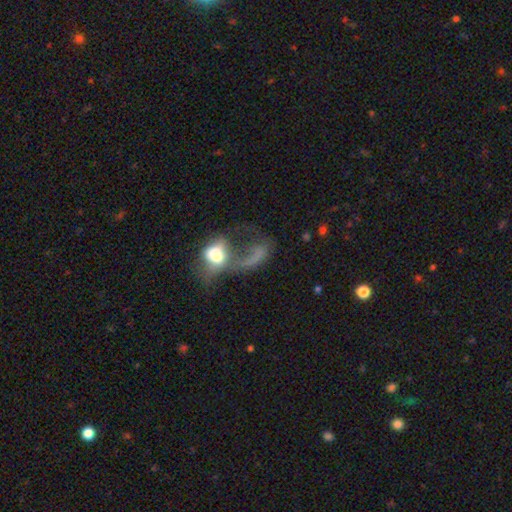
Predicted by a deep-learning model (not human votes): featured or disk 44%, smooth 43%, star or artifact 13%. Down the decision tree: merging — major disturbance (56%).